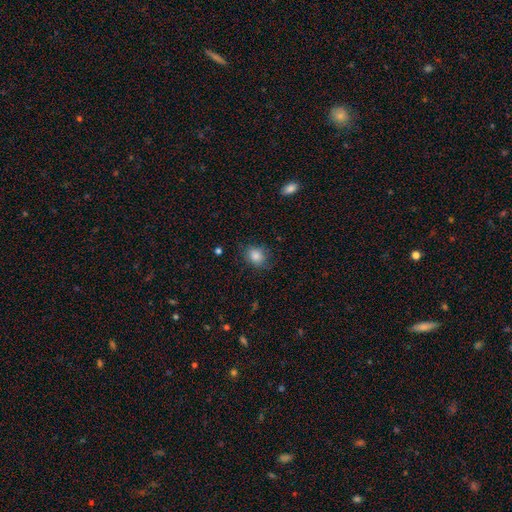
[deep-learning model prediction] Smooth or featured: smooth — 84% (star or artifact — 9%)
How rounded: round — 54% (in between — 45%)
Merging: none — 76% (minor disturbance — 18%)